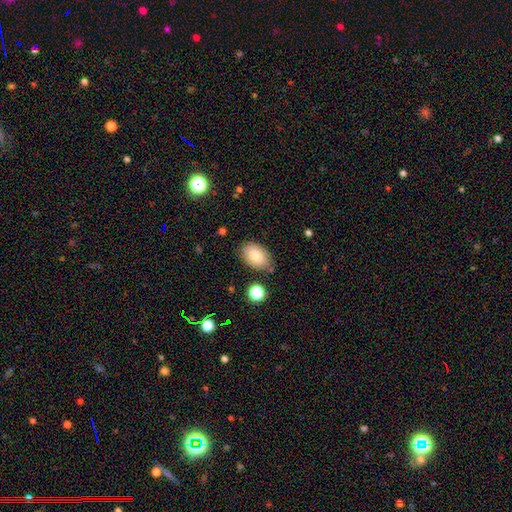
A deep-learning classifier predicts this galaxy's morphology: Q: Smooth or featured?
A: smooth (79%); runner-up: featured or disk (14%)
Q: How rounded?
A: in between (89%); runner-up: round (9%)
Q: Merging?
A: none (77%); runner-up: minor disturbance (16%)